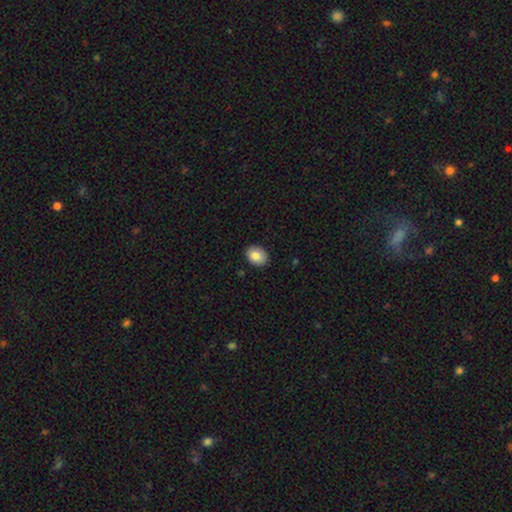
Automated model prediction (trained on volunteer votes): A smooth galaxy with no disk features (85%) that is in between round and cigar-shaped (63%).

Vote fractions:
- Smooth or featured? smooth: 85% / star or artifact: 8% / featured or disk: 7%
- How rounded? in between: 63% / round: 36% / cigar-shaped: 1%
- Merging? none: 89% / minor disturbance: 8% / major disturbance: 2% / merger: 1%